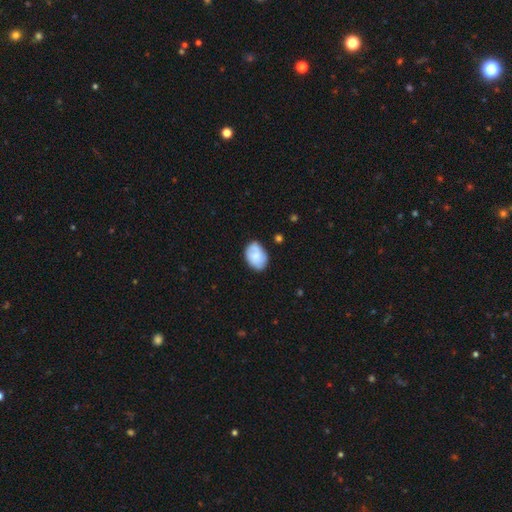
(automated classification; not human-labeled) Overall: smooth (68%). How rounded: in between (80%). Merging: none (73%).